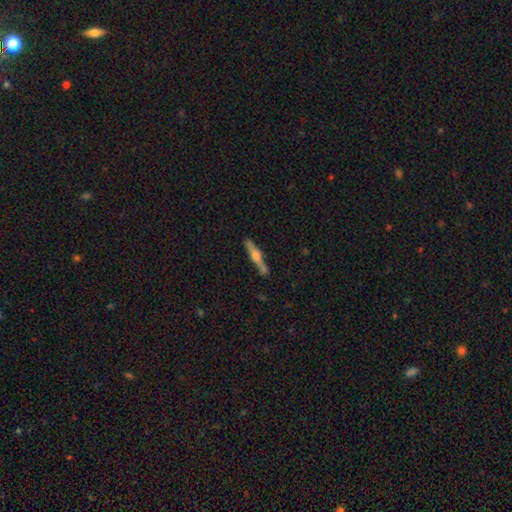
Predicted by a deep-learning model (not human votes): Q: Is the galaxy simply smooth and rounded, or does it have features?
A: featured or disk — 62%.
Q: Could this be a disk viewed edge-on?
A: yes — 96%.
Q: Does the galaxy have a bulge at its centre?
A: rounded — 87%.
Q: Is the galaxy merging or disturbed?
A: none — 83%.